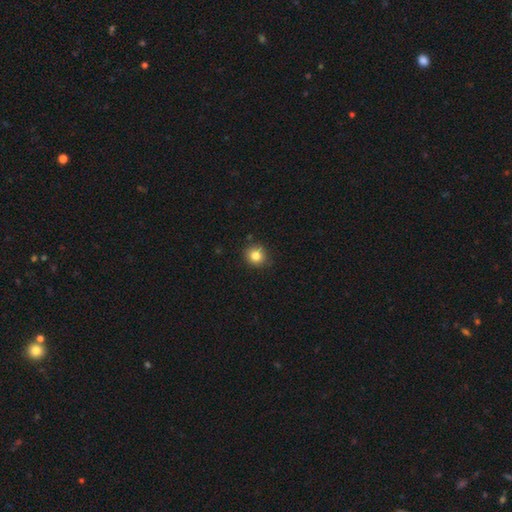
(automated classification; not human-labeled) smooth_or_featured: smooth (p=0.83) [alt: star or artifact p=0.11]
how_rounded: round (p=0.88) [alt: in between p=0.11]
merging: none (p=0.87) [alt: minor disturbance p=0.09]